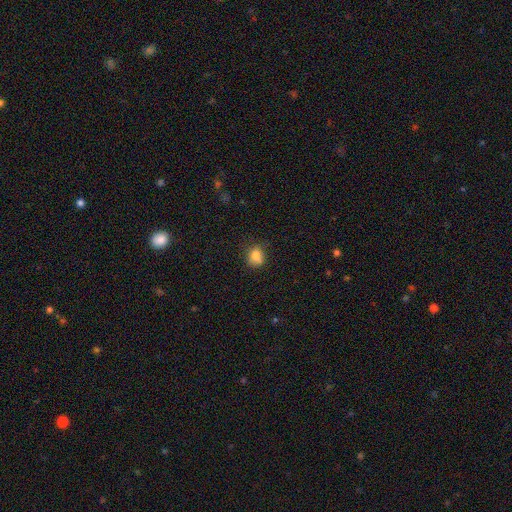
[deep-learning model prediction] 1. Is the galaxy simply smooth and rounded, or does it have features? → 81% smooth, 11% star or artifact, 8% featured or disk.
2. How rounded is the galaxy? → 64% round, 35% in between, 1% cigar-shaped.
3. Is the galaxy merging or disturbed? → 63% none, 27% minor disturbance, 8% major disturbance, 3% merger.